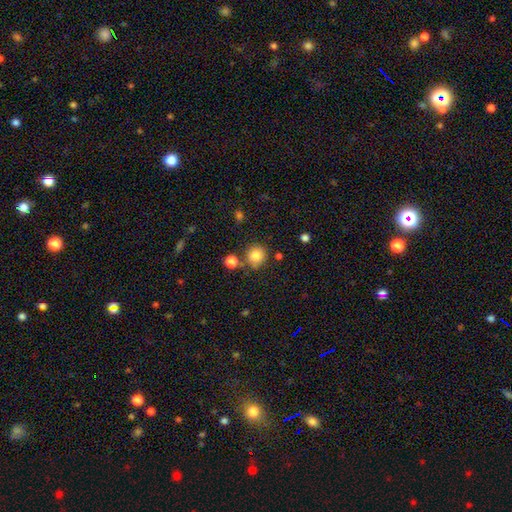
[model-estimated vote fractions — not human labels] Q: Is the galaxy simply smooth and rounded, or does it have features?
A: smooth — 83%.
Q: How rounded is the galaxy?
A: round — 86%.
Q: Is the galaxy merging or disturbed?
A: none — 75%.